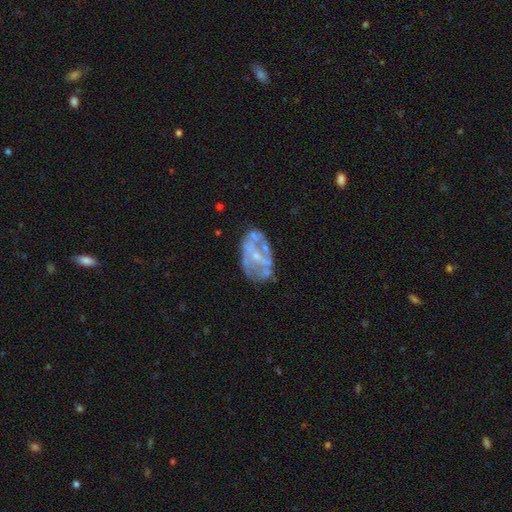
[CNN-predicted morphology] Overall: featured or disk (75%). Edge-on disk: no (96%). Bar: no (53%; weak 32%). Spiral arms: no (59%; yes 41%). Bulge size: small (61%; moderate 22%). Merging: none (52%; minor disturbance 22%).